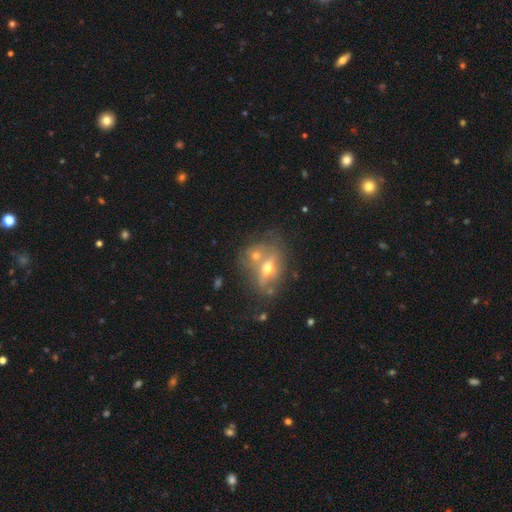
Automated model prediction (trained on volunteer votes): Smooth or featured? Predicted: featured or disk (p=0.47). Merging? Predicted: merger (p=0.43).